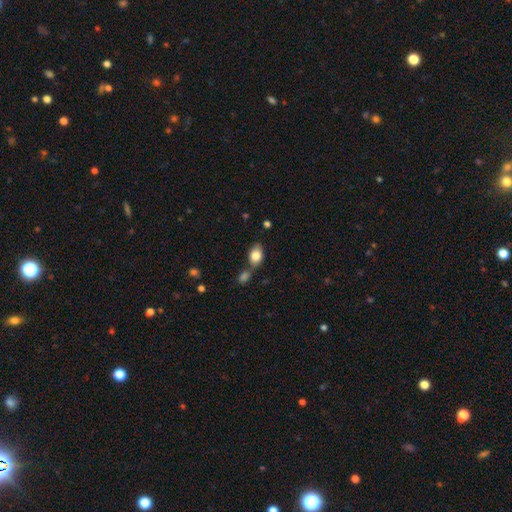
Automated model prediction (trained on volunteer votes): Q: Smooth or featured?
A: smooth (82%); runner-up: featured or disk (11%)
Q: How rounded?
A: in between (82%); runner-up: round (16%)
Q: Merging?
A: none (54%); runner-up: merger (26%)